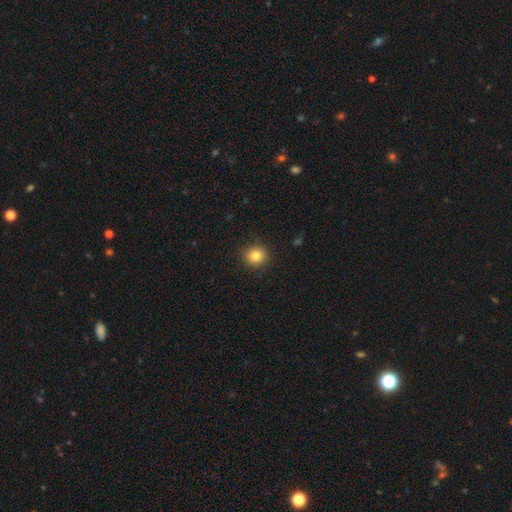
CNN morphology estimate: Smooth or featured? smooth (85%)
How rounded? round (87%)
Merging? none (90%)